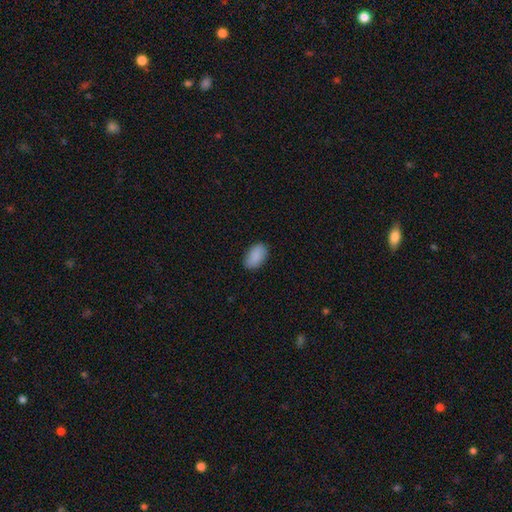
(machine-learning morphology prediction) A smooth galaxy with no disk features (90%) that is in between round and cigar-shaped (93%). Merging: none (86%).